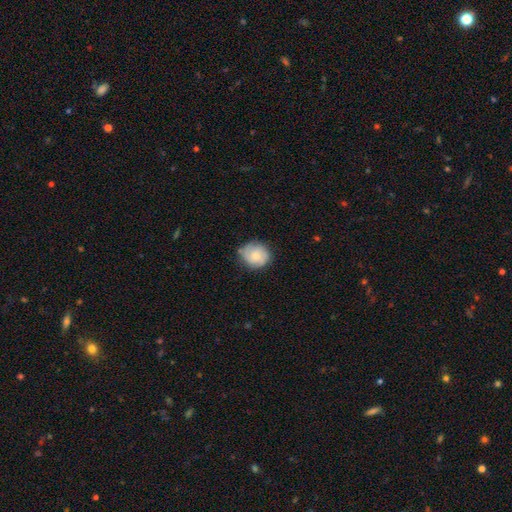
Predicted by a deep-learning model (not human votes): This is possibly a smooth galaxy (57%). How rounded: likely round (78%). Merging: likely none (71%).